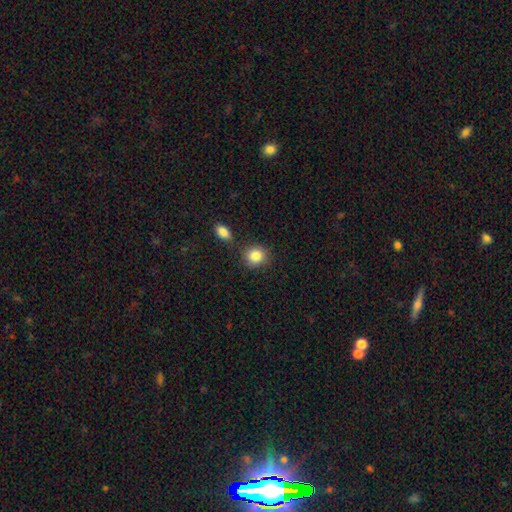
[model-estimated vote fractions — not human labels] Smooth or featured: smooth — 86% (star or artifact — 9%)
How rounded: round — 76% (in between — 23%)
Merging: none — 79% (minor disturbance — 11%)